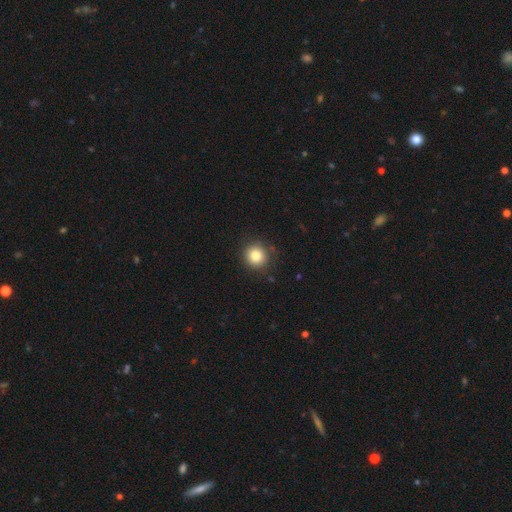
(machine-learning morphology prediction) type=smooth (82%); roundness=round (93%); merging=none (88%).